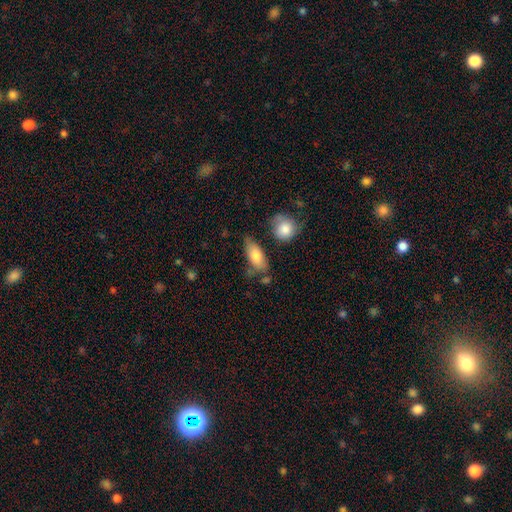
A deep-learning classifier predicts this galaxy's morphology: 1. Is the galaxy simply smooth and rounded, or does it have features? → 78% smooth, 16% featured or disk, 6% star or artifact.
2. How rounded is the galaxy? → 83% in between, 12% cigar-shaped, 4% round.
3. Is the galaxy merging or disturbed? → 55% none, 28% minor disturbance, 9% merger, 8% major disturbance.